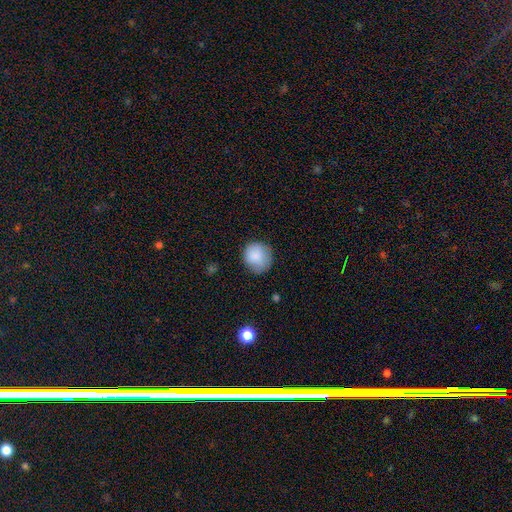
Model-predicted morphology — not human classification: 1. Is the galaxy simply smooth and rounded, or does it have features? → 85% smooth, 8% featured or disk, 8% star or artifact.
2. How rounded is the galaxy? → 83% round, 16% in between, 1% cigar-shaped.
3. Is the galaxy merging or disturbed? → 71% none, 22% minor disturbance, 5% major disturbance, 1% merger.